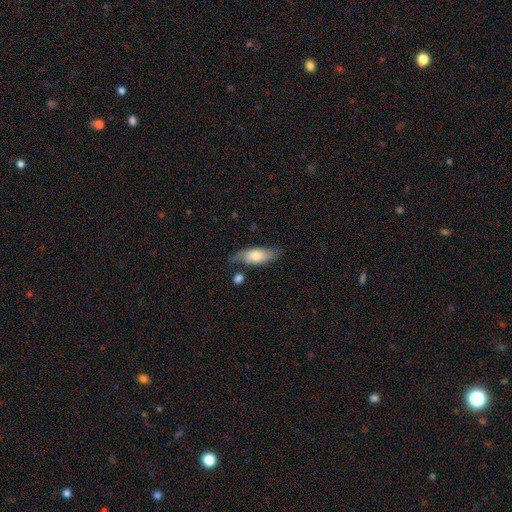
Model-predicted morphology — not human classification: Overall: smooth (63%; featured or disk 30%). How rounded: in between (77%). Merging: none (61%; minor disturbance 25%).